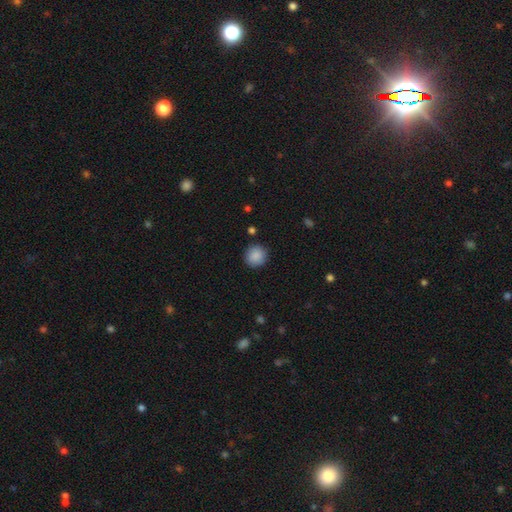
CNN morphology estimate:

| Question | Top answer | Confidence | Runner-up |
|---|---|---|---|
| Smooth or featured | smooth | 89% | star or artifact (8%) |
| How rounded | round | 92% | in between (7%) |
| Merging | none | 89% | minor disturbance (8%) |